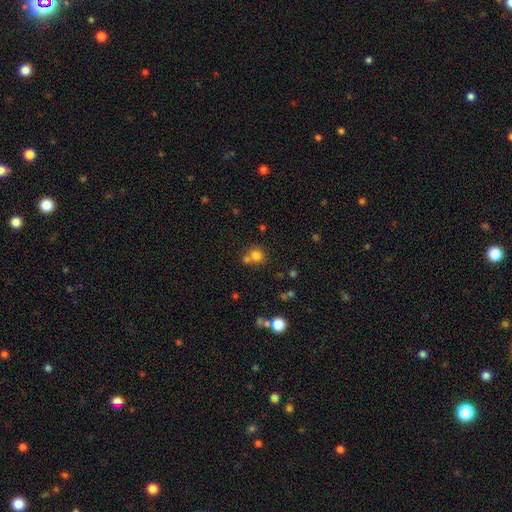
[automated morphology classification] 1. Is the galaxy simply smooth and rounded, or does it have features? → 78% smooth, 14% star or artifact, 9% featured or disk.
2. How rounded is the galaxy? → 85% round, 14% in between, 1% cigar-shaped.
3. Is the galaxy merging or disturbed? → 53% none, 34% merger, 9% minor disturbance, 3% major disturbance.